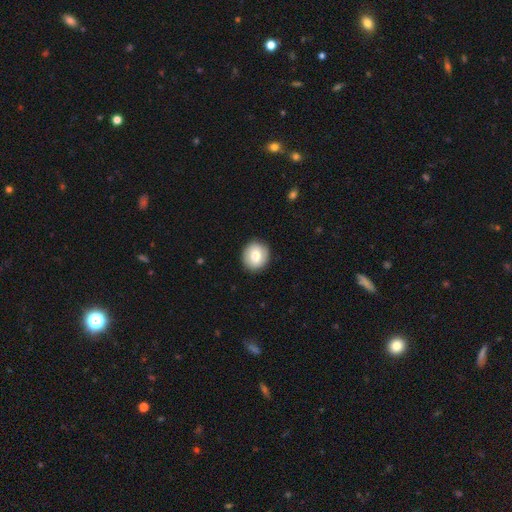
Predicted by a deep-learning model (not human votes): Morphology: type=smooth (78%); roundness=round (78%); merging=none (90%).